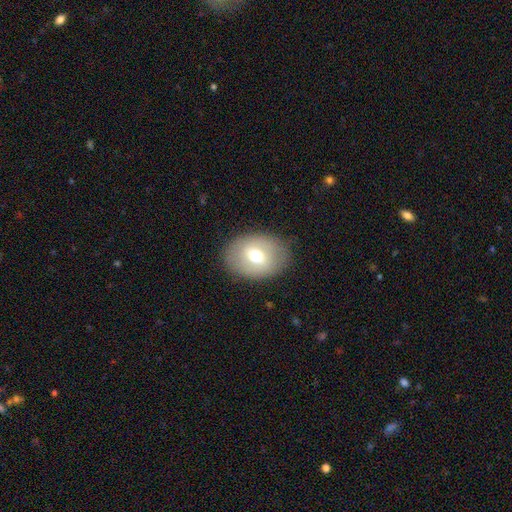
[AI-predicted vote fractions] This is likely a smooth galaxy (63%). How rounded: likely in between (63%). Merging: clearly none (83%).